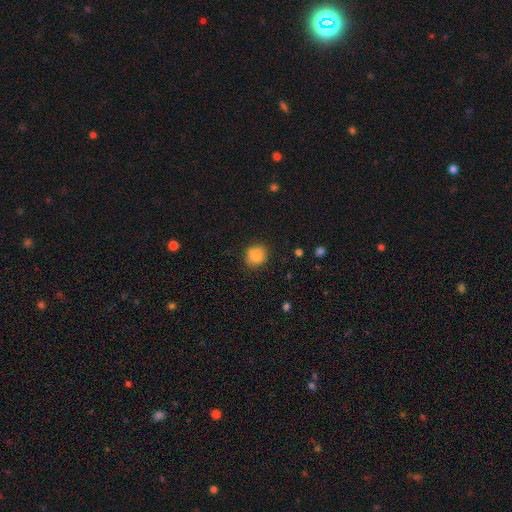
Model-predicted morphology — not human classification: Smooth or featured? Predicted: smooth (p=0.86). How rounded? Predicted: round (p=0.82). Merging? Predicted: none (p=0.84).